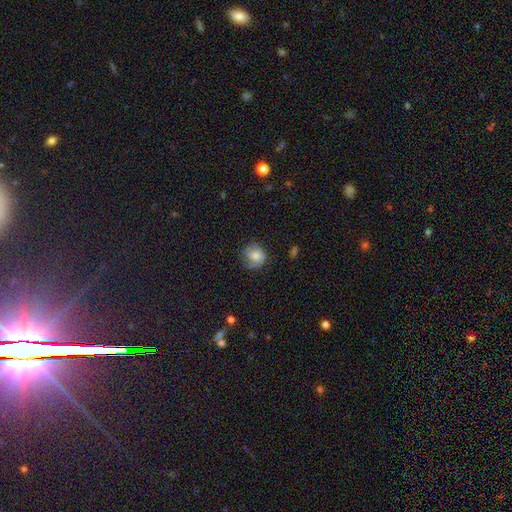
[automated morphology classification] This appears to be a smooth galaxy with no disk features (54%) that is round (79%). Merging: none (63%).